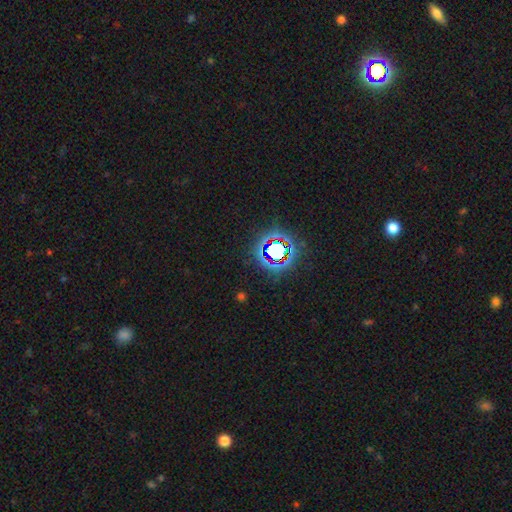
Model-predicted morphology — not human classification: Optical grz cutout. It shows a star or artifact, not a galaxy (78%).